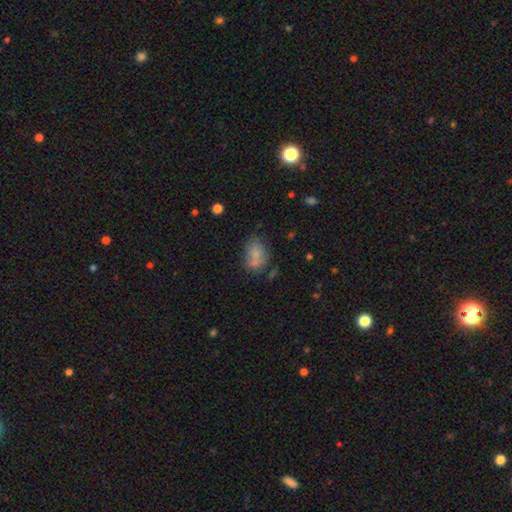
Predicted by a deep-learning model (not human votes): A smooth galaxy with no disk features (75%) that is in between round and cigar-shaped (82%). Merging: none (52%).